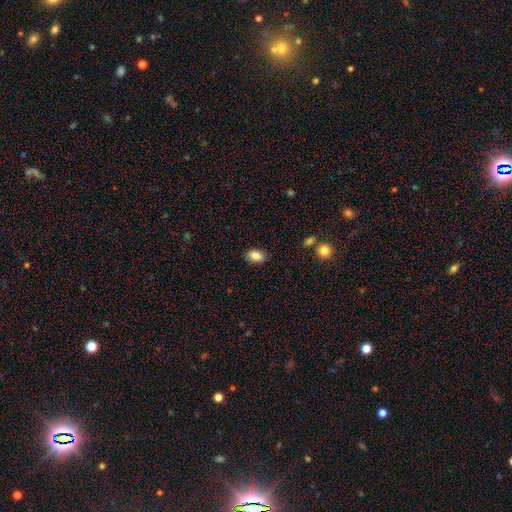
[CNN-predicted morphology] type=smooth (87%); roundness=in between (86%); merging=none (87%).